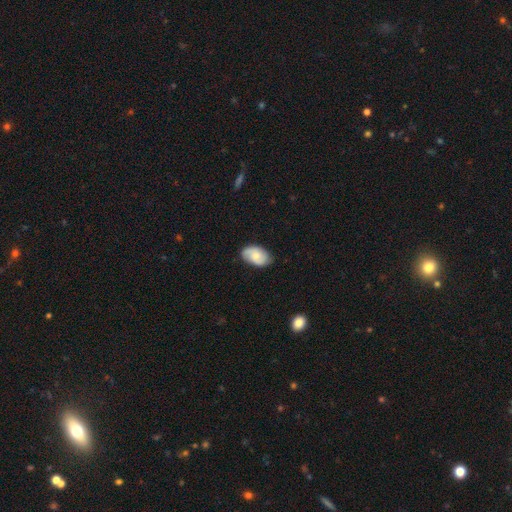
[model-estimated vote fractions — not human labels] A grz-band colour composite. It shows a smooth galaxy with no disk features (57%) that is in between round and cigar-shaped (91%). Merging: none (77%).